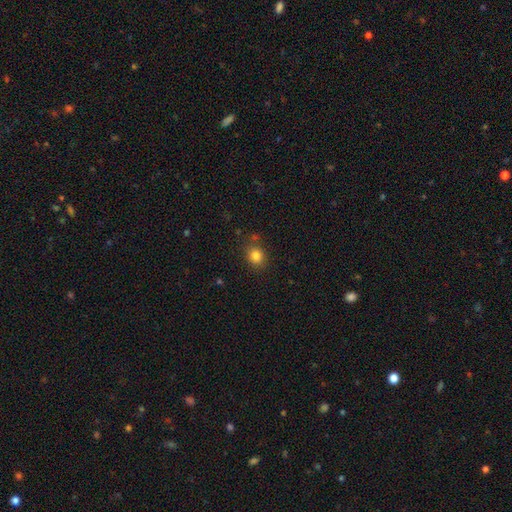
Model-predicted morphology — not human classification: Overall: smooth (82%). How rounded: round (69%; in between 30%). Merging: none (80%).